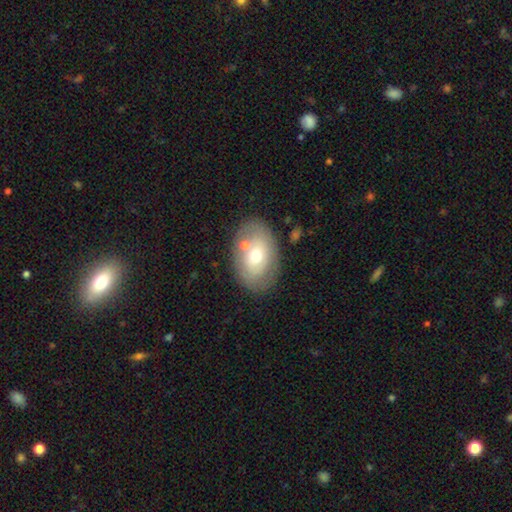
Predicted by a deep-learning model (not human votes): This appears to be a smooth galaxy with no disk features (59%) that is in between round and cigar-shaped (82%). Merging: none (73%).